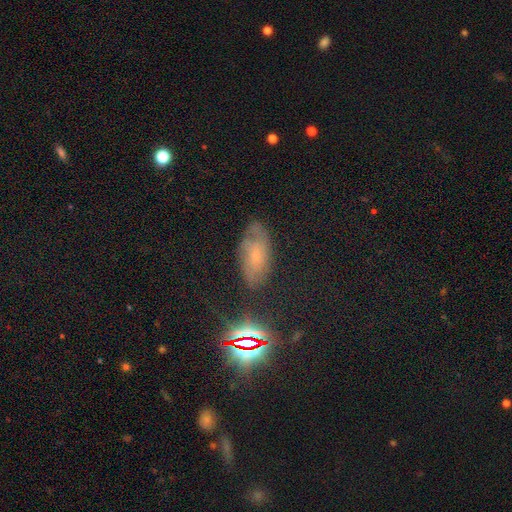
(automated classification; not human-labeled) Q: Smooth or featured?
A: featured or disk (43%); runner-up: smooth (34%)
Q: Merging?
A: none (65%); runner-up: minor disturbance (24%)